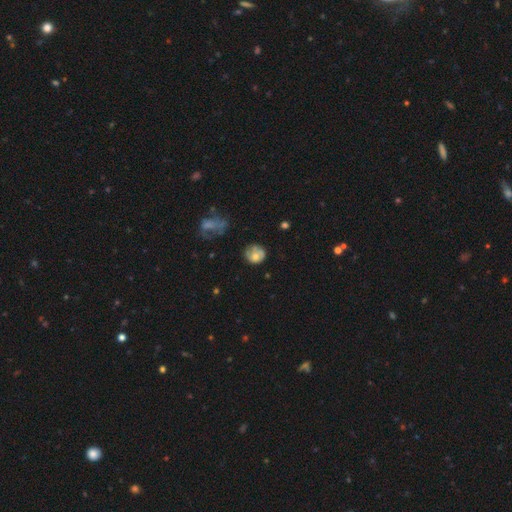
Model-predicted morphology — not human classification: Q: Smooth or featured?
A: smooth (56%); runner-up: featured or disk (35%)
Q: How rounded?
A: round (77%); runner-up: in between (22%)
Q: Merging?
A: none (54%); runner-up: minor disturbance (28%)